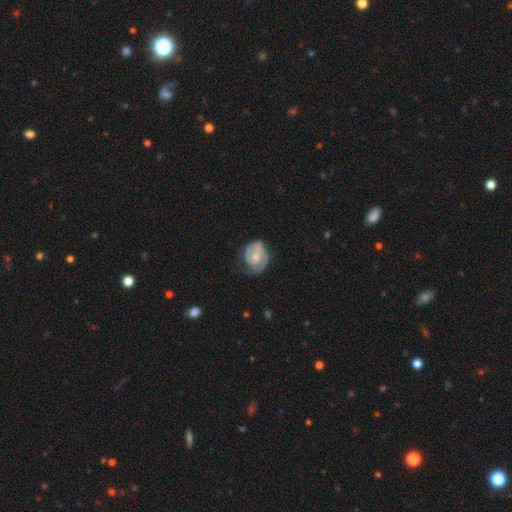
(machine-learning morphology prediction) smooth_or_featured: featured or disk (p=0.74) [alt: smooth p=0.21]
disk_edge_on: no (p=0.98) [alt: yes p=0.02]
bar: no (p=0.64) [alt: weak p=0.31]
has_spiral_arms: yes (p=0.92) [alt: no p=0.08]
spiral_winding: tight (p=0.57) [alt: medium p=0.32]
spiral_arm_count: 2 (p=0.57) [alt: 1 p=0.22]
bulge_size: moderate (p=0.44) [alt: small p=0.40]
merging: none (p=0.56) [alt: minor disturbance p=0.27]